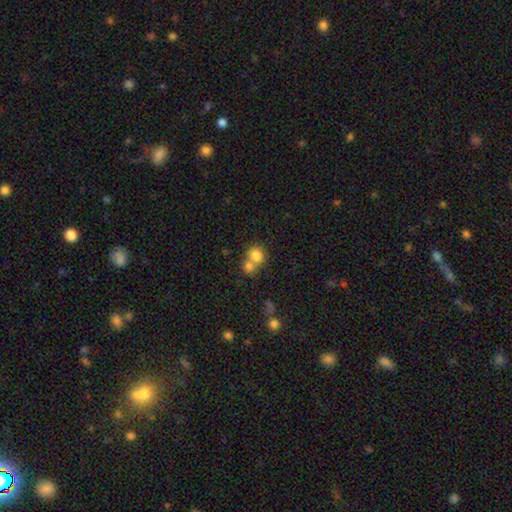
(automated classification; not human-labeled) Q: Smooth or featured?
A: smooth (79%); runner-up: star or artifact (11%)
Q: How rounded?
A: round (79%); runner-up: in between (20%)
Q: Merging?
A: merger (53%); runner-up: none (37%)